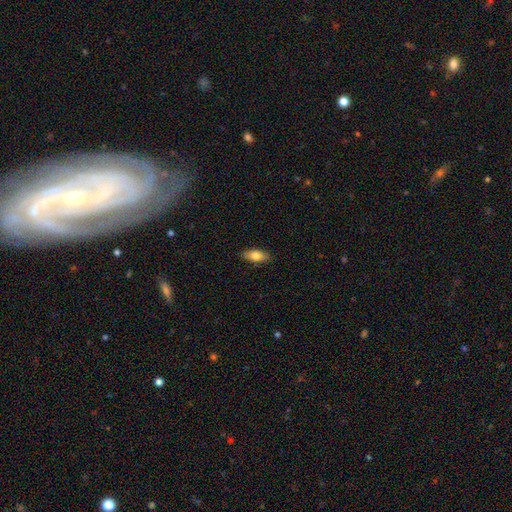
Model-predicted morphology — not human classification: Smooth or featured: smooth — 76% (featured or disk — 17%)
How rounded: in between — 80% (cigar-shaped — 17%)
Merging: none — 88% (minor disturbance — 9%)